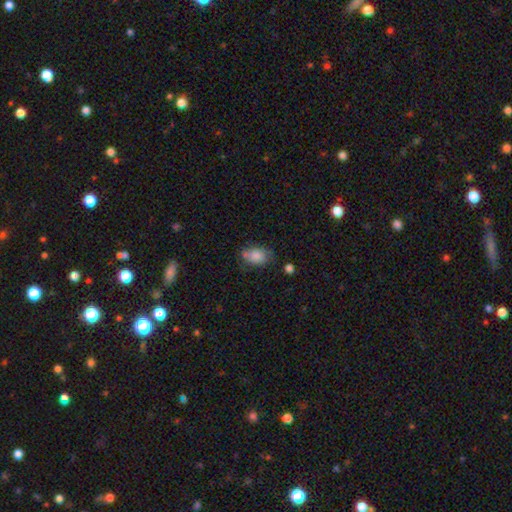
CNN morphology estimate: Q: Smooth or featured?
A: smooth (81%); runner-up: featured or disk (11%)
Q: How rounded?
A: in between (83%); runner-up: round (15%)
Q: Merging?
A: none (56%); runner-up: minor disturbance (27%)